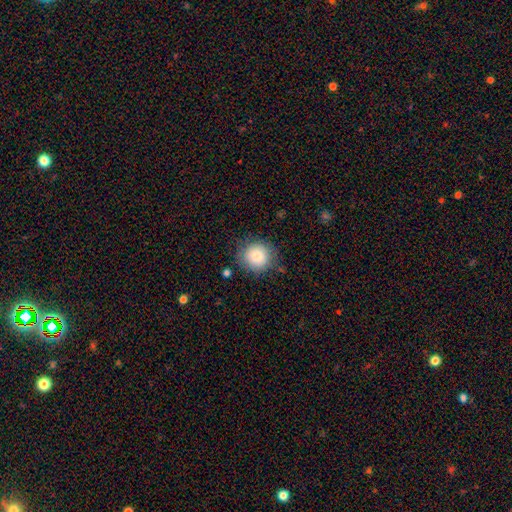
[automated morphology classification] Overall: smooth (82%). How rounded: round (90%). Merging: none (80%).